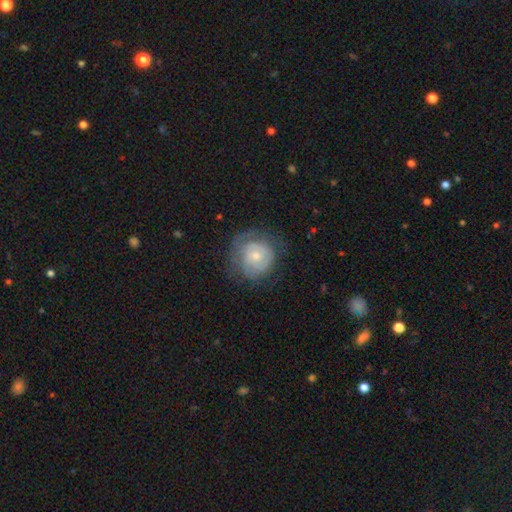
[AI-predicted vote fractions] smooth_or_featured: smooth (p=0.48) [alt: featured or disk p=0.44]
merging: none (p=0.58) [alt: minor disturbance p=0.26]